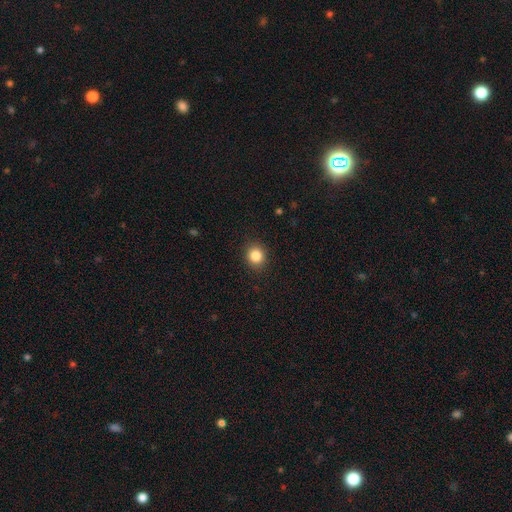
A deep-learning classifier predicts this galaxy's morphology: smooth_or_featured: smooth (p=0.85) [alt: star or artifact p=0.10]
how_rounded: round (p=0.81) [alt: in between p=0.18]
merging: none (p=0.90) [alt: minor disturbance p=0.06]